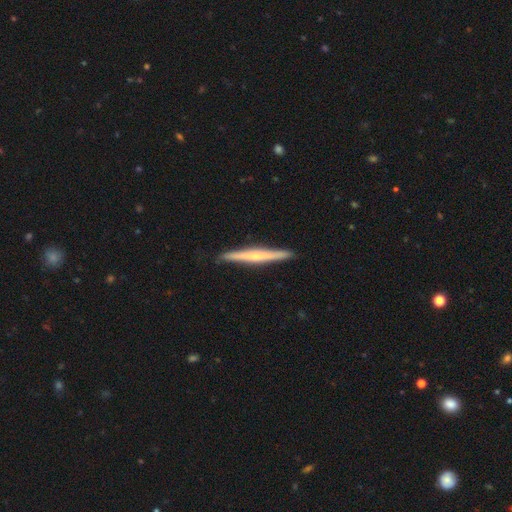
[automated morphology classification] Smooth or featured? featured or disk (62%)
Edge-on disk? yes (97%)
Edge-on bulge? rounded (54%)
Merging? none (90%)